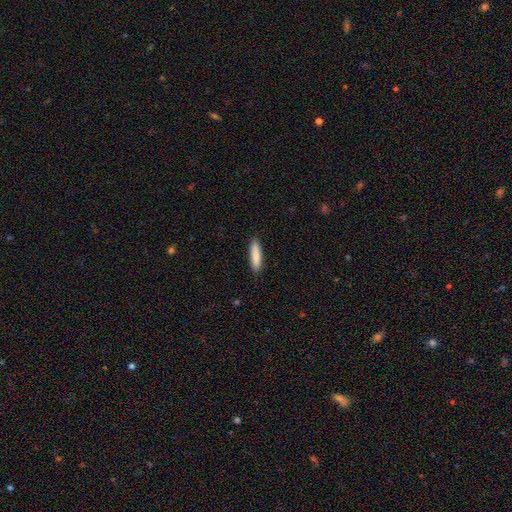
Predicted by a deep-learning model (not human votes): This appears to be a smooth galaxy with no disk features (86%) that is cigar-shaped (78%). Merging: none (89%).